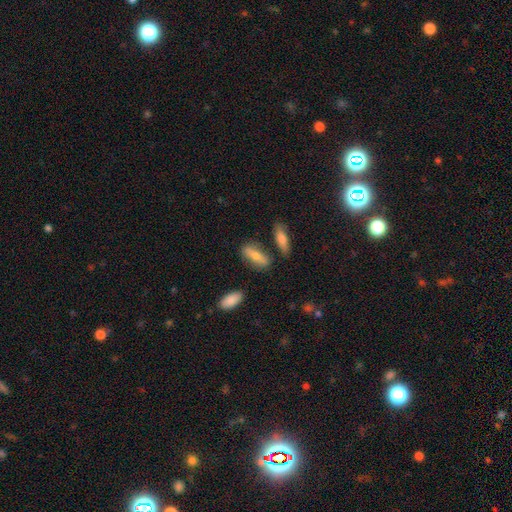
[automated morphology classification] Smooth or featured? smooth (64%)
How rounded? in between (56%)
Merging? none (73%)